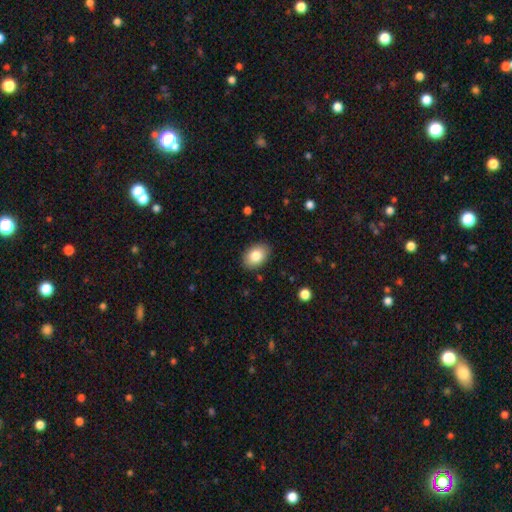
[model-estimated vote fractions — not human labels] smooth_or_featured: smooth (p=0.83) [alt: featured or disk p=0.10]
how_rounded: in between (p=0.85) [alt: round p=0.14]
merging: none (p=0.87) [alt: minor disturbance p=0.10]